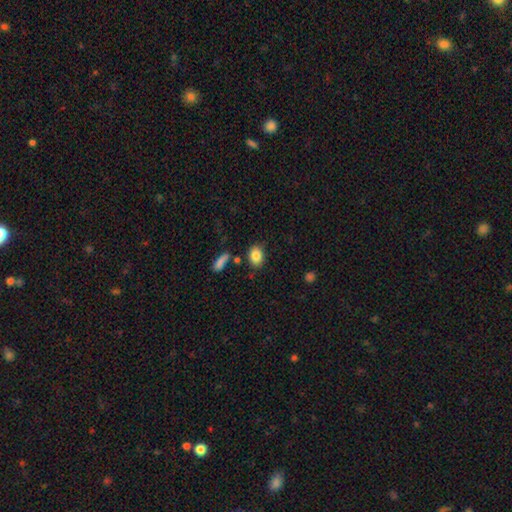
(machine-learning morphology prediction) Smooth or featured?
  - smooth: 85% *
  - star or artifact: 8%
  - featured or disk: 7%
How rounded?
  - in between: 70% *
  - round: 29%
  - cigar-shaped: 1%
Merging?
  - none: 79% *
  - minor disturbance: 12%
  - merger: 6%
  - major disturbance: 3%